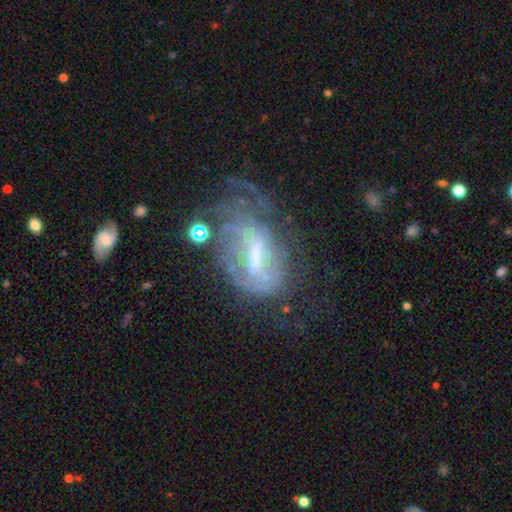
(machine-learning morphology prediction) type=featured or disk (73%); edge-on=no (95%); bar=weak (46%); spiral arms=yes (70%); bulge=small (36%); merging=none (35%).